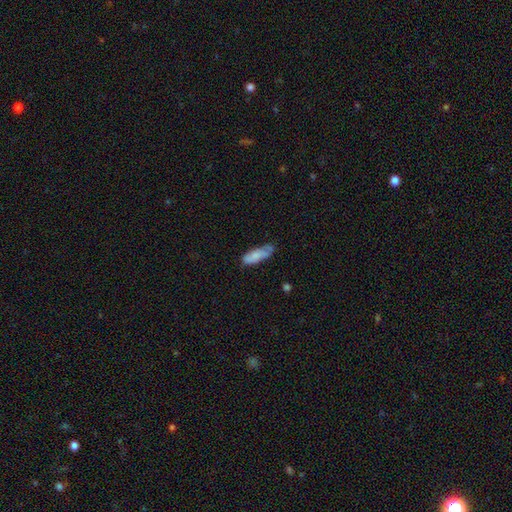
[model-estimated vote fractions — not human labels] A smooth galaxy with no disk features (73%) that is in between round and cigar-shaped (66%).

Vote fractions:
- Smooth or featured? smooth: 73% / featured or disk: 20% / star or artifact: 7%
- How rounded? in between: 66% / cigar-shaped: 32% / round: 2%
- Merging? none: 56% / minor disturbance: 32% / major disturbance: 8% / merger: 3%